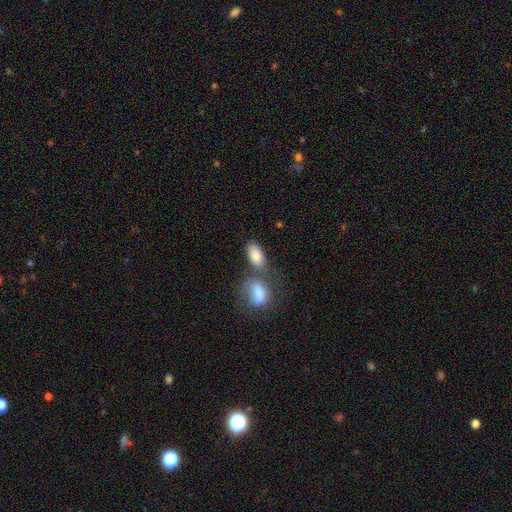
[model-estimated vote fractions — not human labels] A smooth galaxy with no disk features (82%) that is in between round and cigar-shaped (90%).

Vote fractions:
- Smooth or featured? smooth: 82% / featured or disk: 11% / star or artifact: 7%
- How rounded? in between: 90% / cigar-shaped: 5% / round: 5%
- Merging? none: 52% / merger: 30% / minor disturbance: 13% / major disturbance: 5%